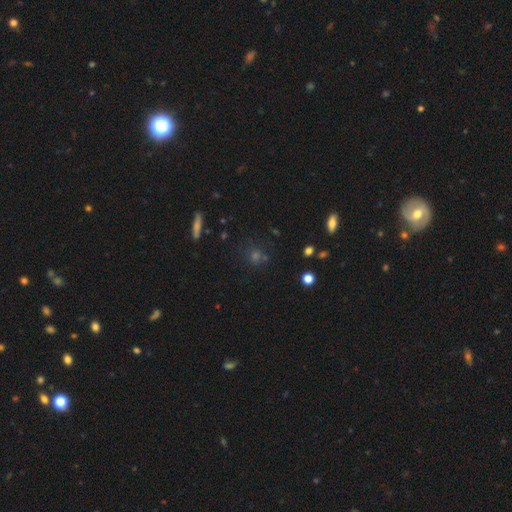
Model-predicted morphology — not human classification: This appears to be a smooth galaxy with no disk features (51%) that is round (81%). Merging: none (76%).